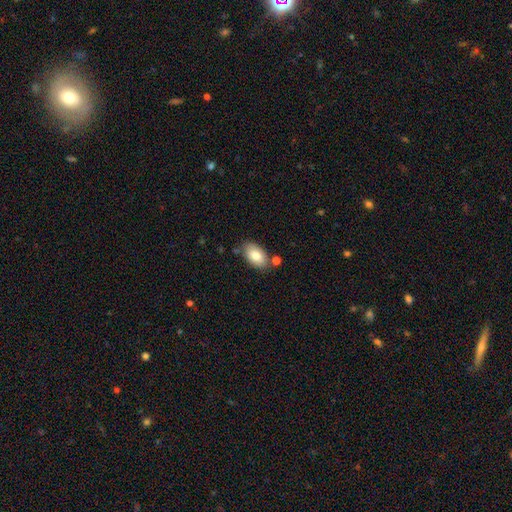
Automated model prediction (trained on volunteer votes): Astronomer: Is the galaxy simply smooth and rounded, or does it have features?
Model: smooth — 79%.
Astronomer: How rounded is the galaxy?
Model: in between — 93%.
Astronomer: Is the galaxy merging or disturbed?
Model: none — 75%.